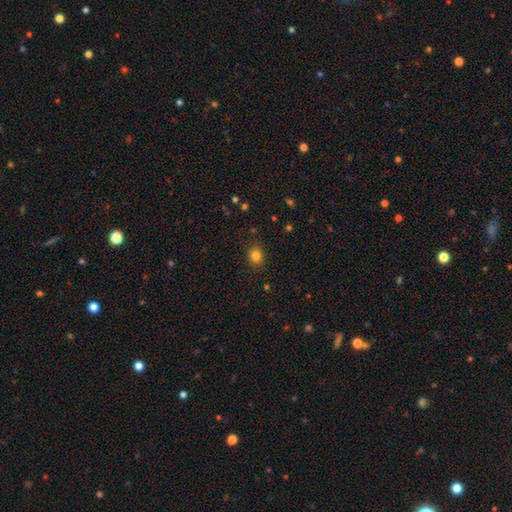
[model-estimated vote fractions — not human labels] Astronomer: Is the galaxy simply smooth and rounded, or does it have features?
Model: smooth — 82%.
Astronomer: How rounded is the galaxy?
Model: round — 71%.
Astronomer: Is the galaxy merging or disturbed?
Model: none — 88%.